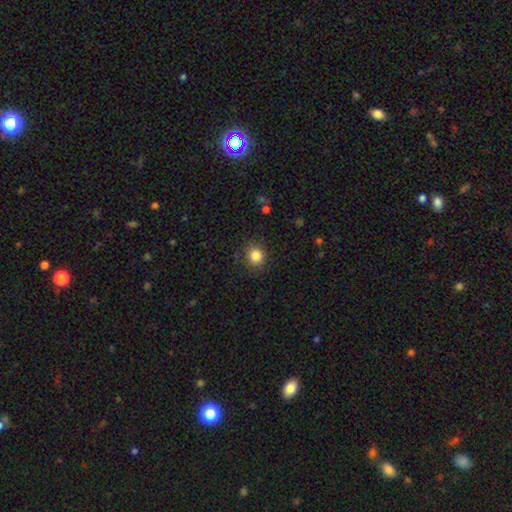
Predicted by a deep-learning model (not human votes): This appears to be a smooth galaxy with no disk features (84%) that is round (87%). Merging: none (88%).